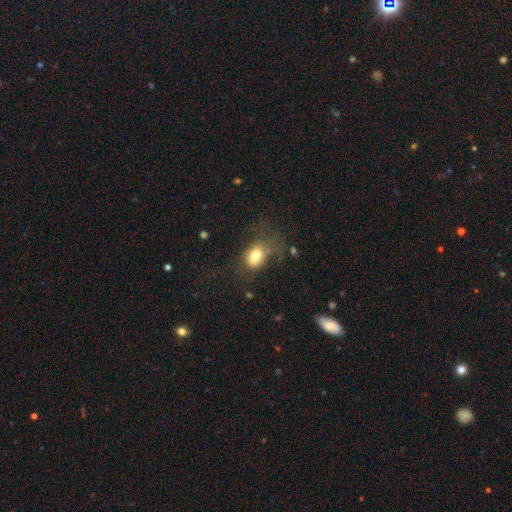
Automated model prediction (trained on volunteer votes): Smooth or featured?
  - smooth: 76% *
  - featured or disk: 13%
  - star or artifact: 11%
How rounded?
  - in between: 61% *
  - round: 38%
  - cigar-shaped: 1%
Merging?
  - none: 52% *
  - minor disturbance: 24%
  - major disturbance: 20%
  - merger: 4%